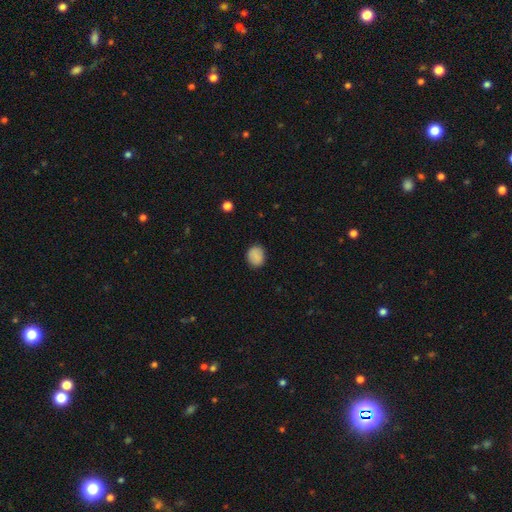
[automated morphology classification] smooth-or-featured: smooth: 88% | star or artifact: 8% | featured or disk: 4%
  how-rounded: round: 67% | in between: 32% | cigar-shaped: 1%
  merging: none: 87% | minor disturbance: 9% | major disturbance: 2% | merger: 1%